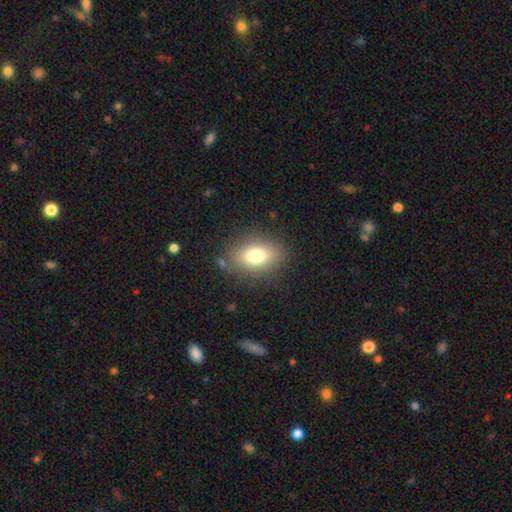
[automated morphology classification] smooth_or_featured: smooth (p=0.76) [alt: featured or disk p=0.13]
how_rounded: in between (p=0.78) [alt: round p=0.20]
merging: none (p=0.81) [alt: minor disturbance p=0.12]